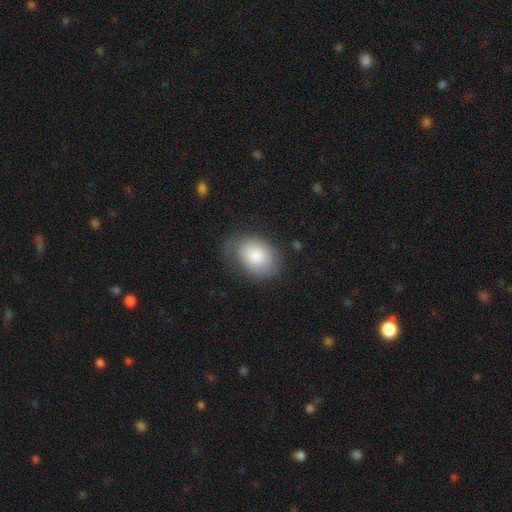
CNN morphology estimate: Smooth or featured? smooth (79%)
How rounded? in between (71%)
Merging? none (59%)